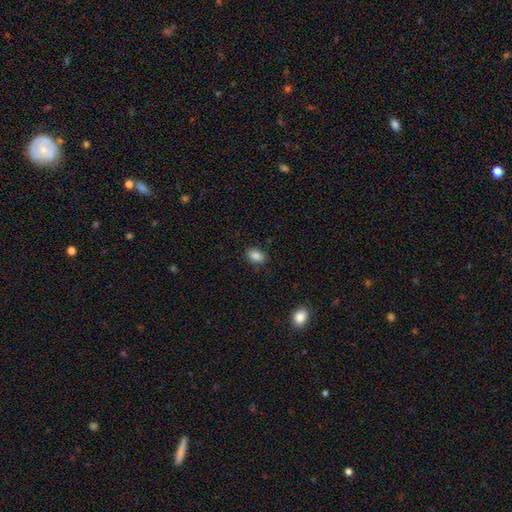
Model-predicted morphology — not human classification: type=smooth (86%); roundness=in between (80%); merging=none (83%).